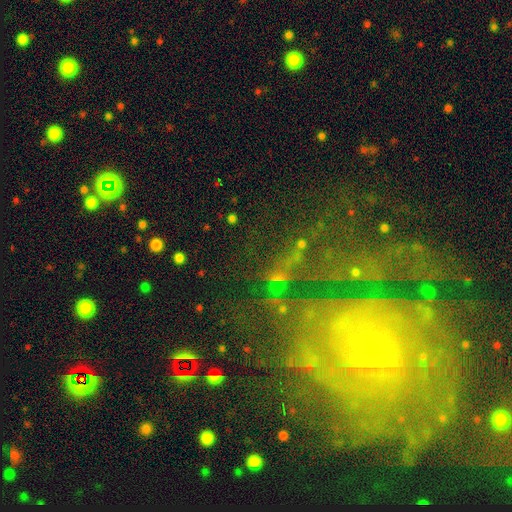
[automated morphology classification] Smooth or featured? featured or disk (80%)
Edge-on disk? no (97%)
Bar? no (72%)
Spiral arms? yes (93%)
Spiral winding? tight (69%)
Spiral arm count? can't tell (34%)
Bulge size? small (84%)
Merging? none (64%)